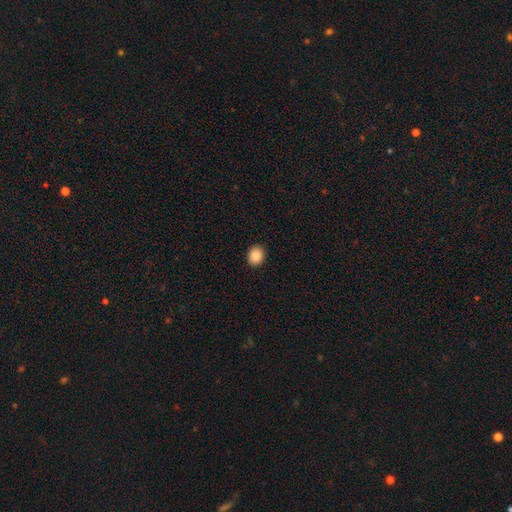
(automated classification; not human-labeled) A smooth galaxy with no disk features (89%) that is round (57%). Merging: none (92%).